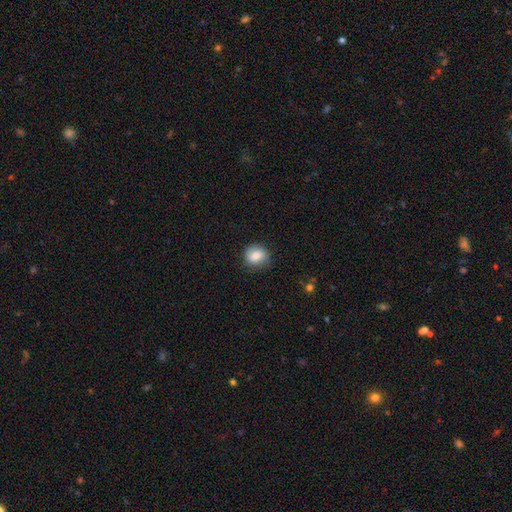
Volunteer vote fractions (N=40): Smooth or featured? 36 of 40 (90%) said smooth. How rounded? 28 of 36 (78%) said round. Merging? 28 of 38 (74%) said none.